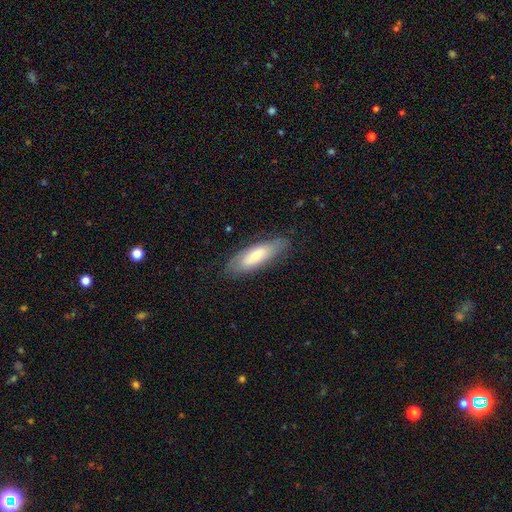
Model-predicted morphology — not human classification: Q: Smooth or featured?
A: smooth (65%); runner-up: featured or disk (29%)
Q: How rounded?
A: in between (56%); runner-up: cigar-shaped (42%)
Q: Merging?
A: none (75%); runner-up: minor disturbance (18%)